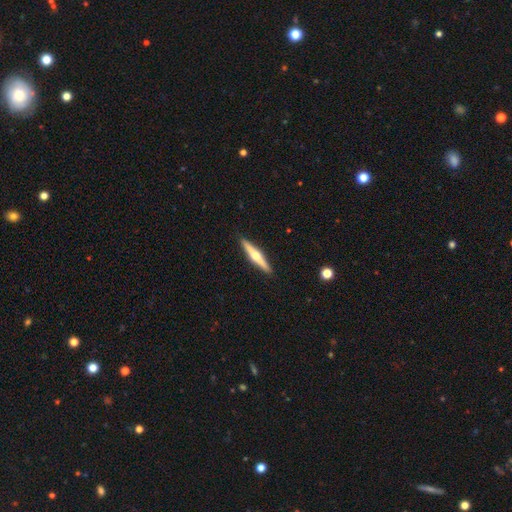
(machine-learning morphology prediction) featured or disk 67%, smooth 28%, star or artifact 5%. Down the decision tree: edge-on disk — yes (98%); edge-on bulge — rounded (94%); merging — none (92%).